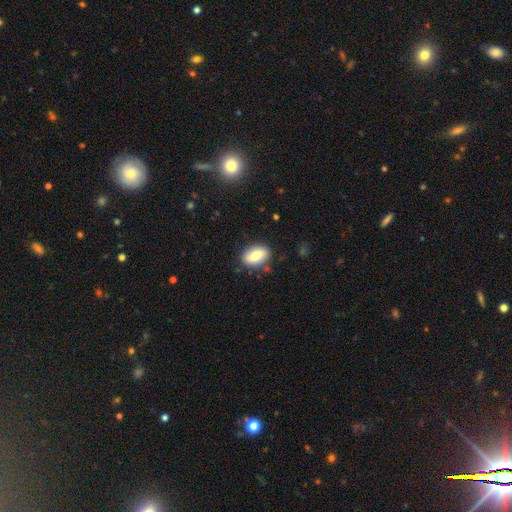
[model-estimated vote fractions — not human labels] Smooth or featured? smooth (71%)
How rounded? in between (86%)
Merging? none (83%)